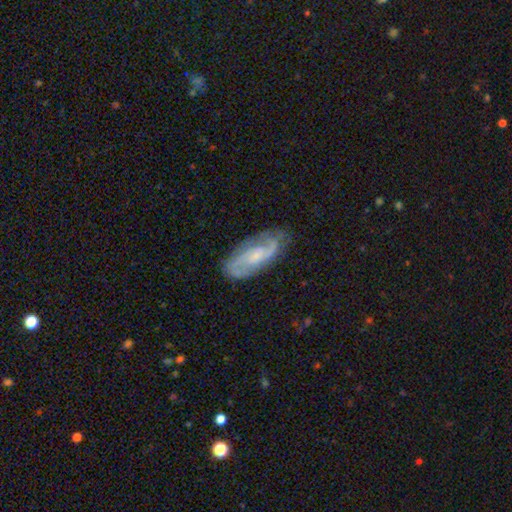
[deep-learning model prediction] Overall: featured or disk (76%). Edge-on disk: no (92%). Bar: no (47%; weak 43%). Spiral arms: yes (94%). Spiral arm count: 2 (71%). Spiral winding: medium (48%; tight 29%). Bulge size: small (52%; moderate 29%). Merging: none (76%).